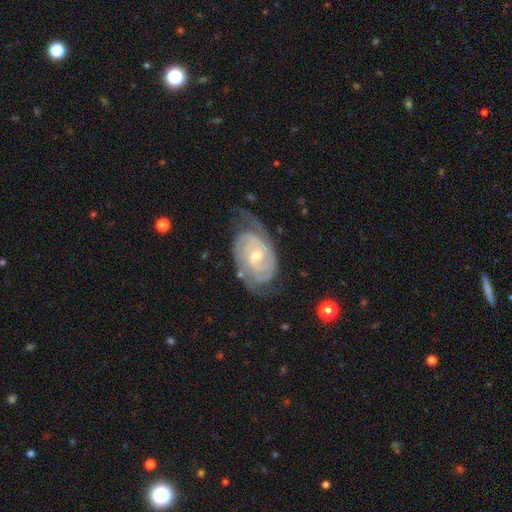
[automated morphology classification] A featured or disk galaxy (91%) with no bar (50%), 2 (55%) tight (74%) spiral arms (98%) and a small central bulge (50%).

Vote fractions:
- Smooth or featured? featured or disk: 91% / smooth: 5% / star or artifact: 4%
- Edge-on disk? no: 97% / yes: 3%
- Bar? no: 50% / weak: 39% / strong: 12%
- Spiral arms? yes: 98% / no: 2%
- Spiral winding? tight: 74% / medium: 22% / loose: 4%
- Spiral arm count? 2: 55% / 3: 18% / can't tell: 14% / 4: 5% / 1: 4% / more than 4: 4%
- Bulge size? small: 50% / moderate: 47% / large: 1% / none: 1% / dominant: 1%
- Merging? none: 68% / minor disturbance: 22% / major disturbance: 9% / merger: 2%